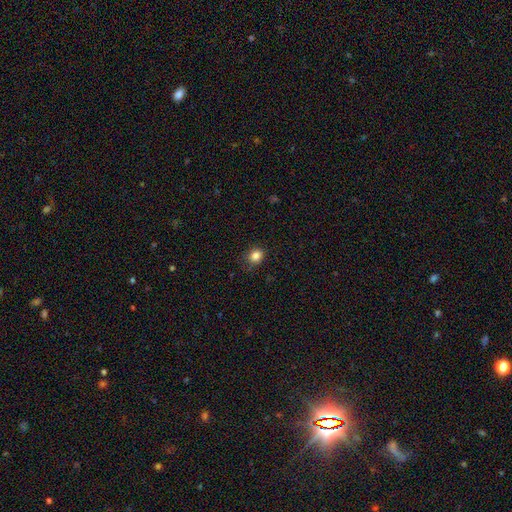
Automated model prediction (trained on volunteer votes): A smooth galaxy with no disk features (83%) that is round (73%).

Vote fractions:
- Smooth or featured? smooth: 83% / star or artifact: 12% / featured or disk: 5%
- How rounded? round: 73% / in between: 26% / cigar-shaped: 1%
- Merging? none: 78% / minor disturbance: 17% / major disturbance: 4% / merger: 1%